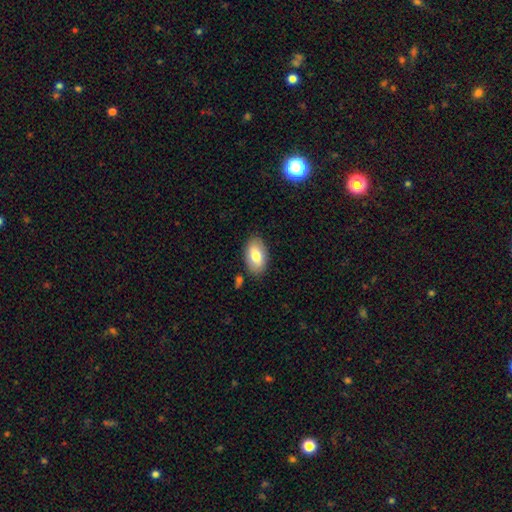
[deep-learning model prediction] A smooth galaxy with no disk features (79%) that is in between round and cigar-shaped (94%). Merging: none (84%).